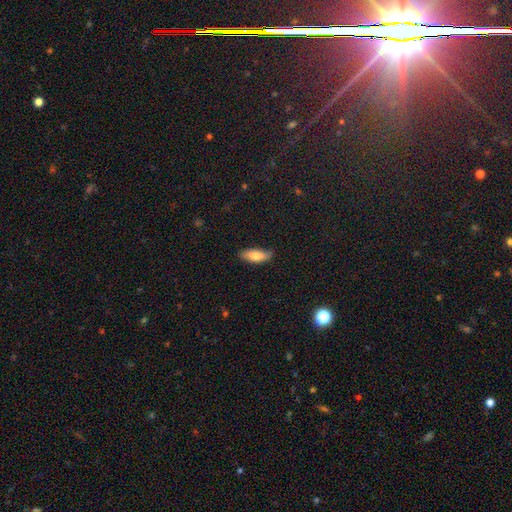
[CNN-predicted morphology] smooth 79%, featured or disk 14%, star or artifact 6%. Down the decision tree: how rounded — in between (72%); merging — none (79%).